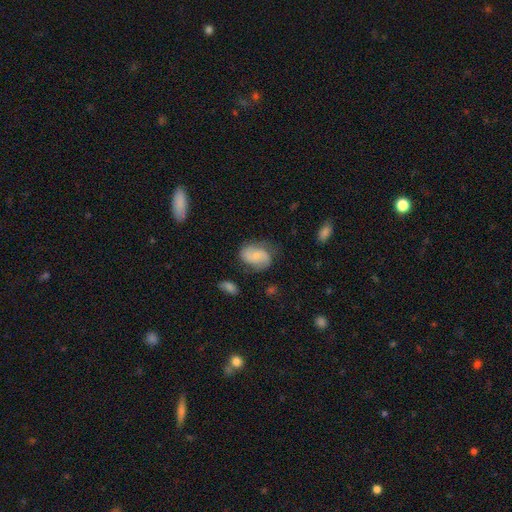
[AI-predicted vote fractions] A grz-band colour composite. It shows a featured or disk galaxy (53%) with no bar (65%), spiral arms (86%) and a small central bulge (63%). Merging: none (64%).